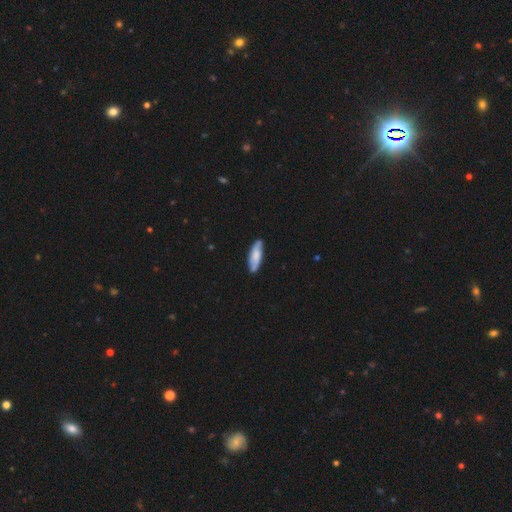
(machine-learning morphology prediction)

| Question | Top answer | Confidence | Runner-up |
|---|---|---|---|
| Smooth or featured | smooth | 62% | featured or disk (32%) |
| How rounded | in between | 50% | cigar-shaped (48%) |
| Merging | none | 82% | minor disturbance (14%) |